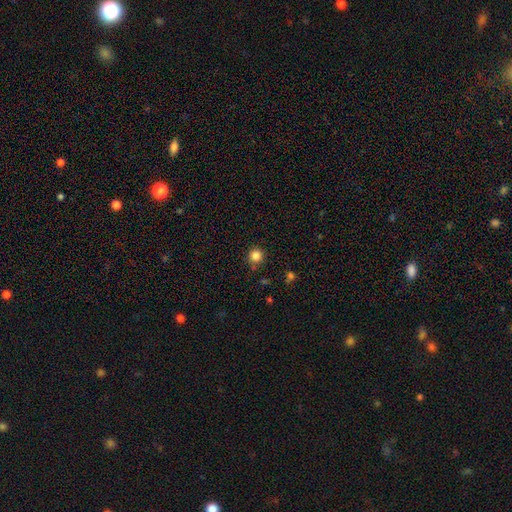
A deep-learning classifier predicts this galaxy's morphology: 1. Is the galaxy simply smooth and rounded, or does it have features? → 84% smooth, 12% star or artifact, 4% featured or disk.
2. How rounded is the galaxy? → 94% round, 5% in between, 1% cigar-shaped.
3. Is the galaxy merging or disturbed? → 84% none, 10% minor disturbance, 3% merger, 3% major disturbance.